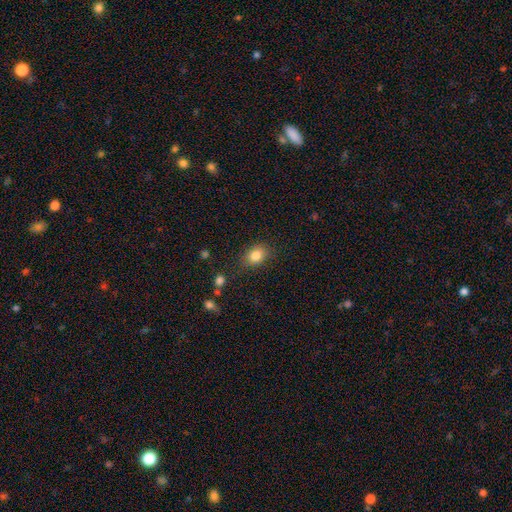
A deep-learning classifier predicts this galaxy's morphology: This appears to be a smooth galaxy with no disk features (83%) that is in between round and cigar-shaped (63%). Merging: none (82%).